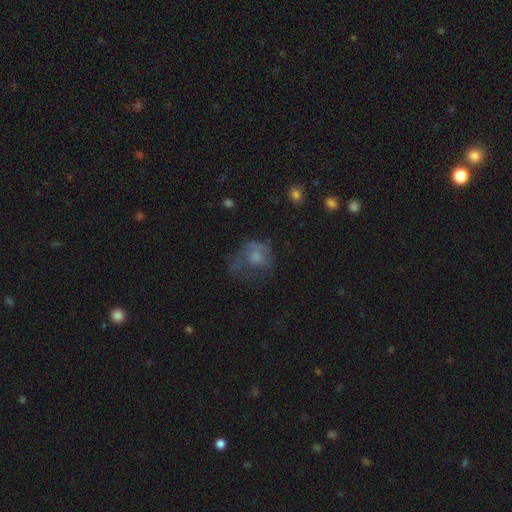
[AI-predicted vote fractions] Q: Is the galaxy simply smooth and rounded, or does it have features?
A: smooth — 57%.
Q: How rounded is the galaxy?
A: round — 59%.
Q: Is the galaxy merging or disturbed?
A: major disturbance — 45%.